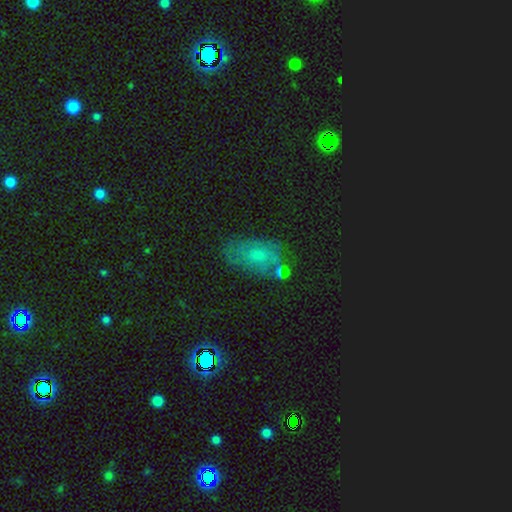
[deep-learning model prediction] Smooth or featured? smooth (48%)
Merging? none (61%)